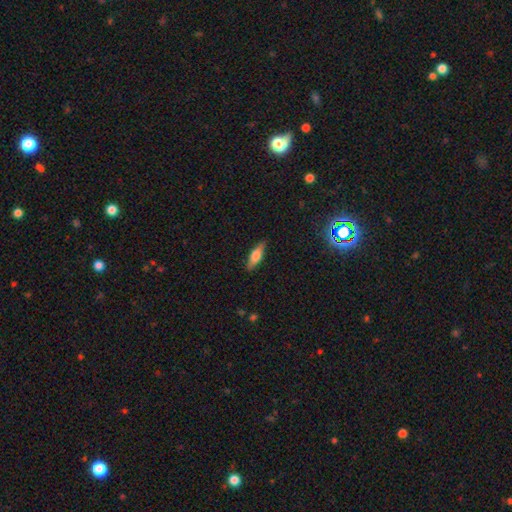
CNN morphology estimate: A smooth galaxy with no disk features (62%) that is in between round and cigar-shaped (52%). Merging: none (86%).